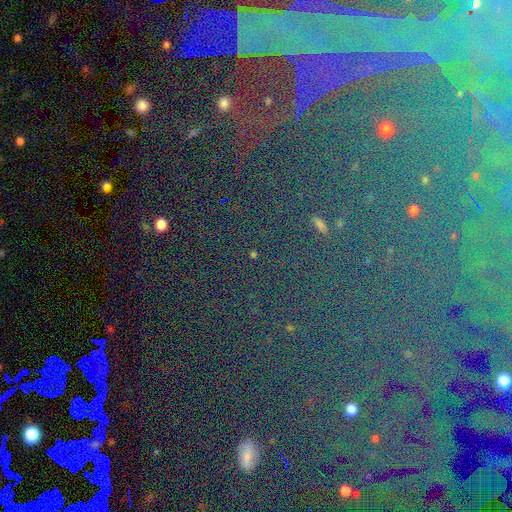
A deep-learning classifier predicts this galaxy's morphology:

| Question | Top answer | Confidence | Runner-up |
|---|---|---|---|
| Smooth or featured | star or artifact | 76% | smooth (12%) |